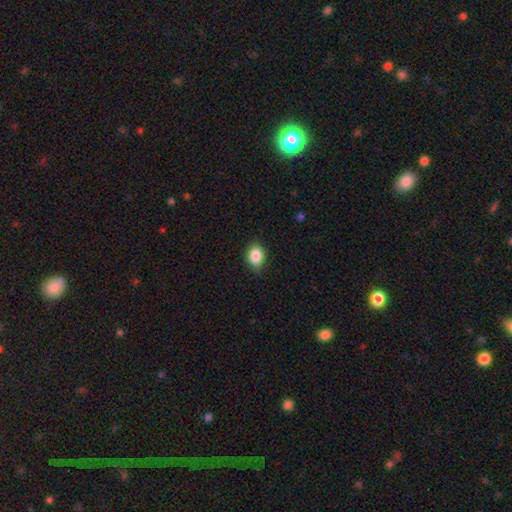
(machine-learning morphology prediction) smooth_or_featured: smooth (p=0.86) [alt: star or artifact p=0.09]
how_rounded: in between (p=0.61) [alt: round p=0.38]
merging: none (p=0.77) [alt: minor disturbance p=0.19]